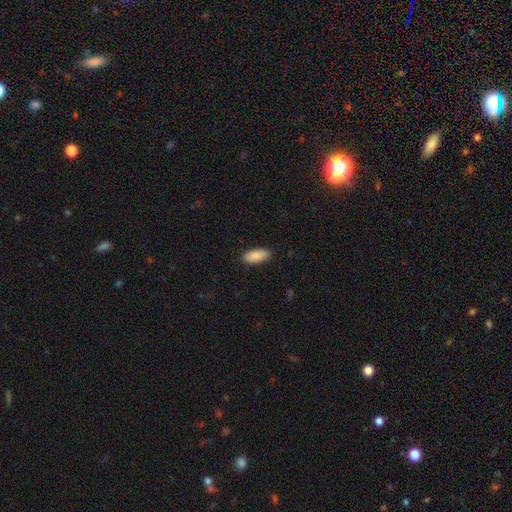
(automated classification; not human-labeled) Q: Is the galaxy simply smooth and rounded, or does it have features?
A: smooth — 88%.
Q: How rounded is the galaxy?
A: in between — 84%.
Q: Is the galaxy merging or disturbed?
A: none — 88%.